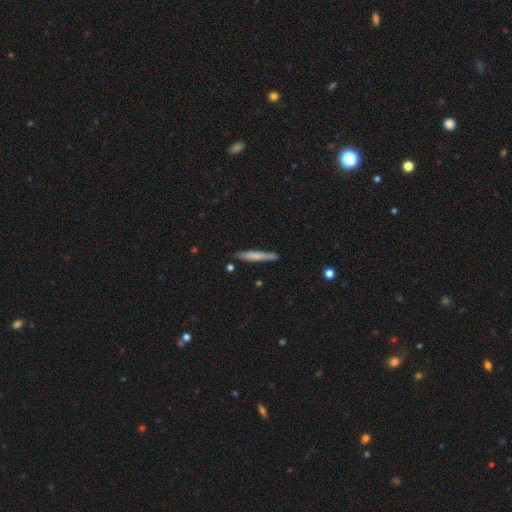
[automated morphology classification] Q: Smooth or featured?
A: smooth (67%); runner-up: featured or disk (27%)
Q: How rounded?
A: cigar-shaped (94%); runner-up: in between (5%)
Q: Merging?
A: none (83%); runner-up: minor disturbance (13%)